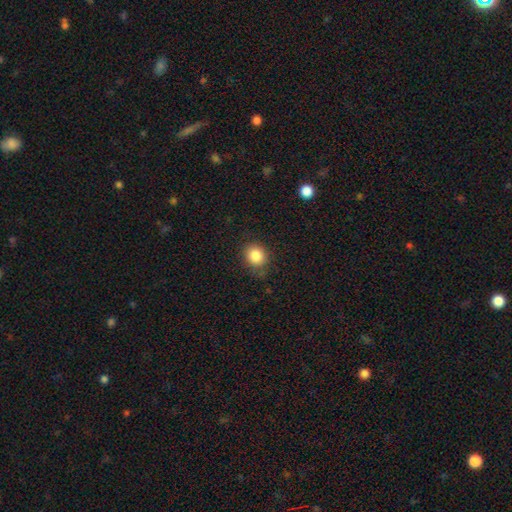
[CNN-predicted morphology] Smooth or featured? smooth (85%)
How rounded? round (77%)
Merging? none (82%)